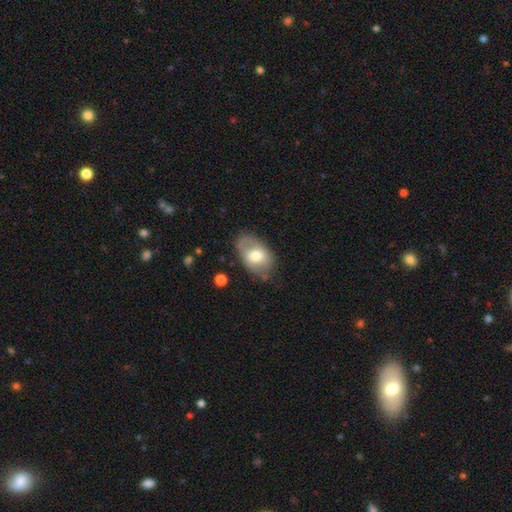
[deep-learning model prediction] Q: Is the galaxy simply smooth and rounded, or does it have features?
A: smooth — 60%.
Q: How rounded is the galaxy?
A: in between — 87%.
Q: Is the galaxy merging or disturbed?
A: none — 63%.